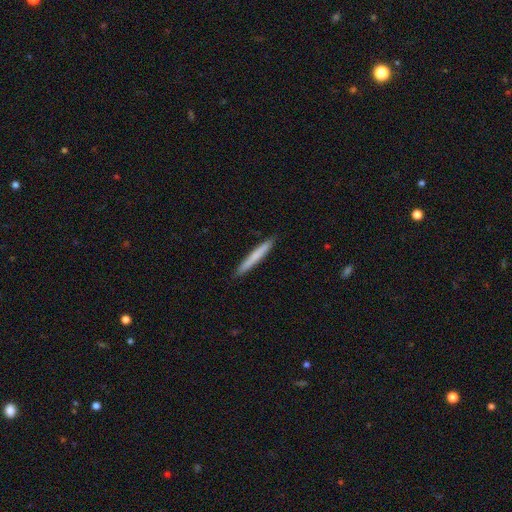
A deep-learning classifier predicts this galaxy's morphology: A smooth galaxy with no disk features (70%) that is cigar-shaped (97%). Merging: none (92%).